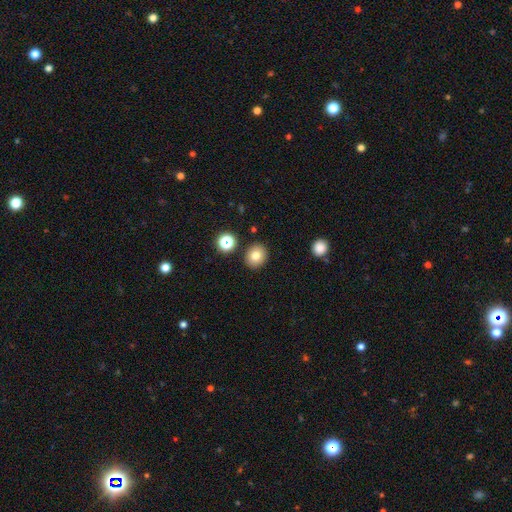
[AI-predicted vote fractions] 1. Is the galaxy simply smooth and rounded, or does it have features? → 79% smooth, 12% star or artifact, 10% featured or disk.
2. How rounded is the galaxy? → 74% round, 25% in between, 1% cigar-shaped.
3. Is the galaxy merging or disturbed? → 88% none, 7% minor disturbance, 3% merger, 2% major disturbance.